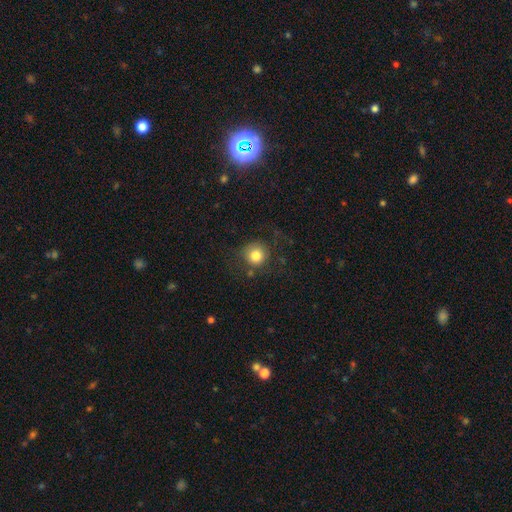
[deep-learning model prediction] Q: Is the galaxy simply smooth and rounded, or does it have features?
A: smooth — 80%.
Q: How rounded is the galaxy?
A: round — 93%.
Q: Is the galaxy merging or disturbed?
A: none — 75%.